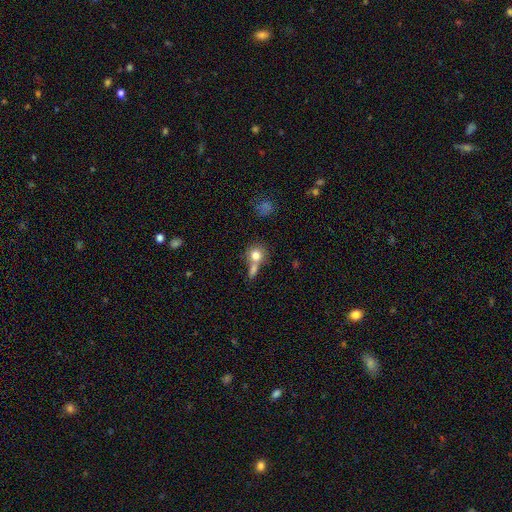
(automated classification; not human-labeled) Smooth or featured?
  - smooth: 78% *
  - featured or disk: 13%
  - star or artifact: 10%
How rounded?
  - round: 80% *
  - in between: 18%
  - cigar-shaped: 2%
Merging?
  - merger: 44% *
  - none: 40%
  - minor disturbance: 10%
  - major disturbance: 6%